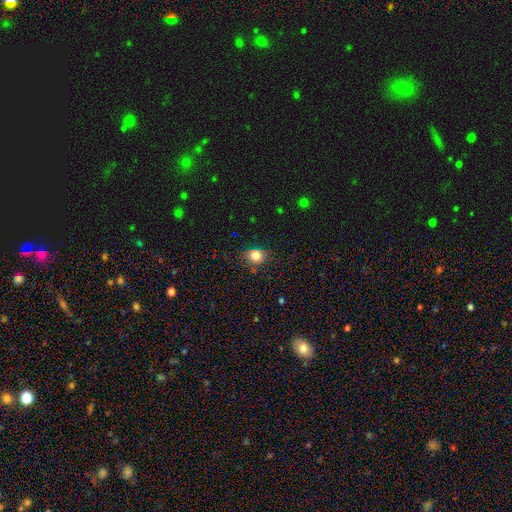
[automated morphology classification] This appears to be a smooth galaxy with no disk features (82%) that is round (57%). Merging: none (80%).